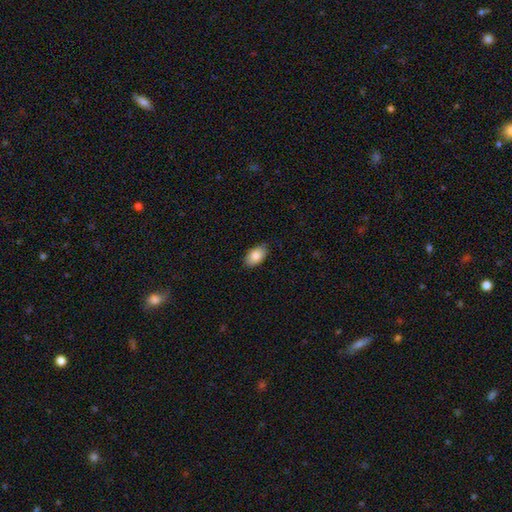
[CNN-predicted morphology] Smooth or featured?
  - smooth: 86% *
  - featured or disk: 7%
  - star or artifact: 7%
How rounded?
  - in between: 93% *
  - round: 5%
  - cigar-shaped: 2%
Merging?
  - none: 84% *
  - minor disturbance: 13%
  - major disturbance: 2%
  - merger: 1%